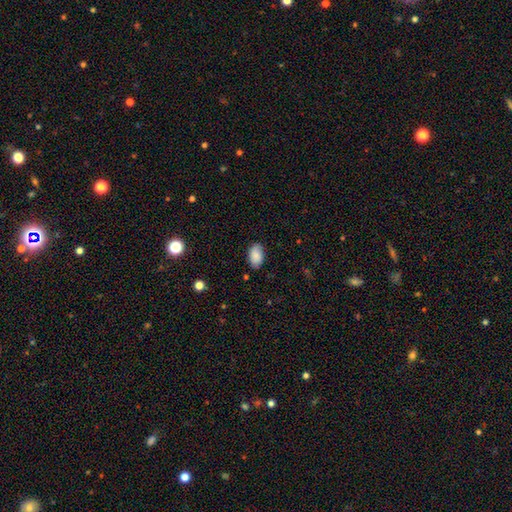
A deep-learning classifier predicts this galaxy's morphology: type=smooth (87%); roundness=in between (93%); merging=none (81%).